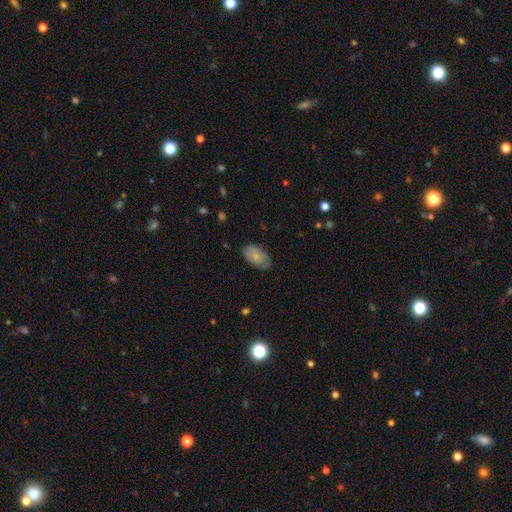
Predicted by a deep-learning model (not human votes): Smooth or featured: smooth — 68% (featured or disk — 25%)
How rounded: in between — 93% (round — 5%)
Merging: none — 77% (minor disturbance — 18%)